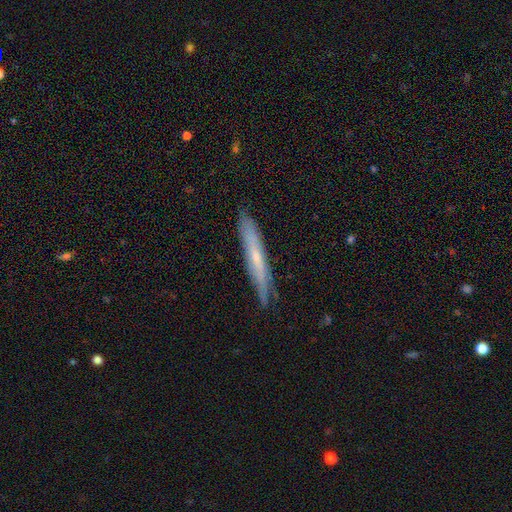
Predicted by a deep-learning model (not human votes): Morphology: type=featured or disk (52%); edge-on=yes (83%); merging=none (83%).